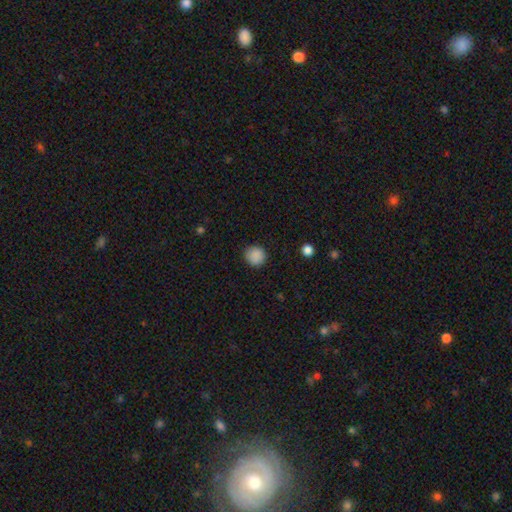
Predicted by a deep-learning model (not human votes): Q: Smooth or featured?
A: smooth (88%); runner-up: star or artifact (9%)
Q: How rounded?
A: round (91%); runner-up: in between (8%)
Q: Merging?
A: none (88%); runner-up: minor disturbance (8%)